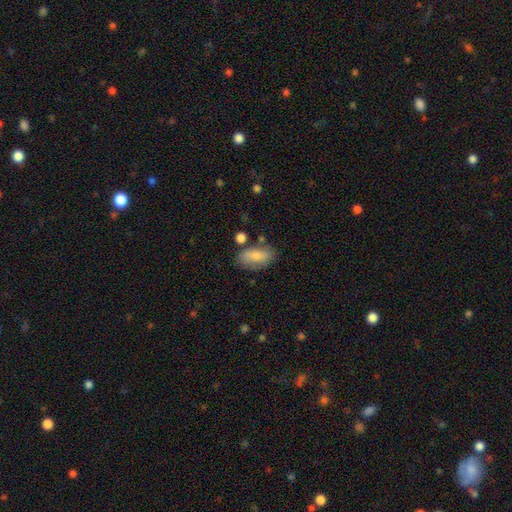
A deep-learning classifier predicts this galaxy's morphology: A smooth galaxy with no disk features (77%) that is in between round and cigar-shaped (91%).

Vote fractions:
- Smooth or featured? smooth: 77% / featured or disk: 16% / star or artifact: 7%
- How rounded? in between: 91% / cigar-shaped: 5% / round: 4%
- Merging? none: 69% / minor disturbance: 19% / merger: 7% / major disturbance: 5%